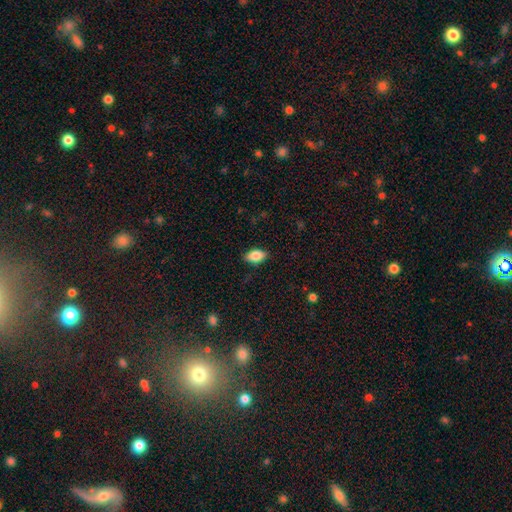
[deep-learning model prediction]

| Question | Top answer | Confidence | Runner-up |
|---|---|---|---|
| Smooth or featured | smooth | 82% | featured or disk (10%) |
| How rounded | in between | 89% | round (7%) |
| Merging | none | 86% | minor disturbance (11%) |